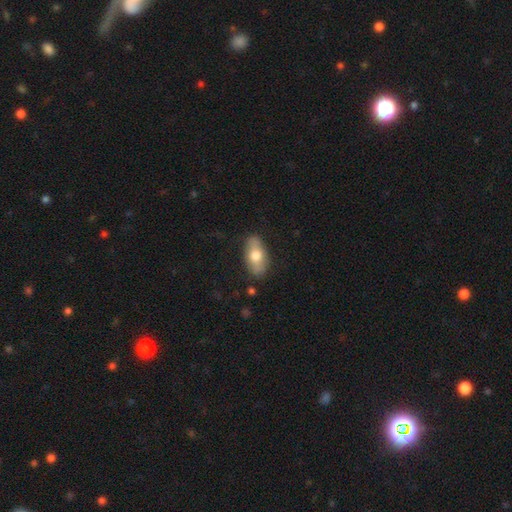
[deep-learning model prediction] Morphology: type=smooth (68%); roundness=in between (90%); merging=none (82%).